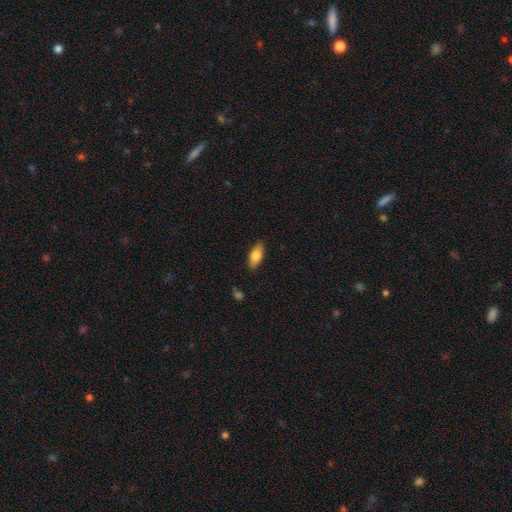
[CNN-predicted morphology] smooth-or-featured: smooth: 77% | featured or disk: 16% | star or artifact: 6%
  how-rounded: in between: 82% | cigar-shaped: 15% | round: 2%
  merging: none: 86% | minor disturbance: 11% | major disturbance: 2% | merger: 1%